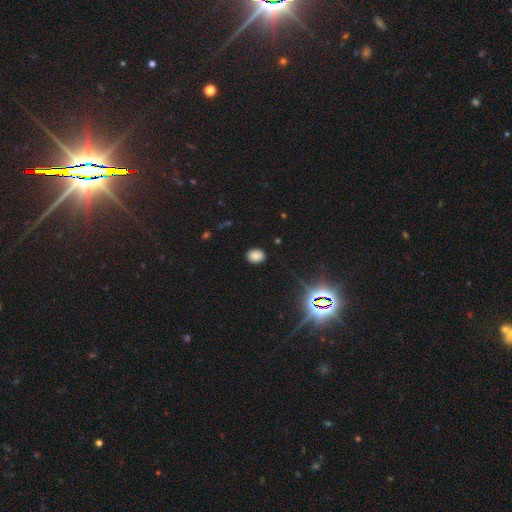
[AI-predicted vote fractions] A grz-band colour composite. It shows a smooth galaxy with no disk features (79%) that is in between round and cigar-shaped (62%). Merging: none (87%).